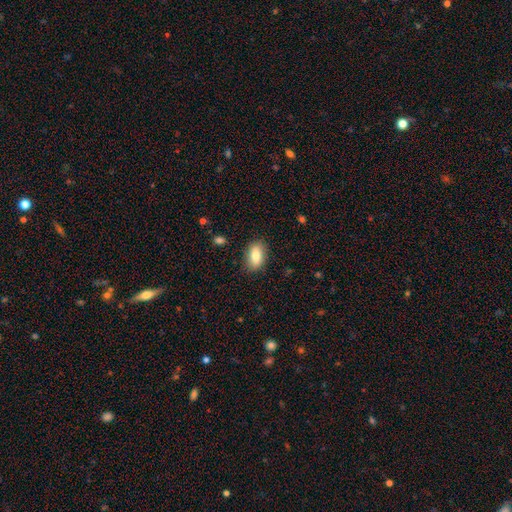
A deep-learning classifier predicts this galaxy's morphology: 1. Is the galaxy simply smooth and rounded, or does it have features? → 81% smooth, 12% featured or disk, 7% star or artifact.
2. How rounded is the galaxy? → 89% in between, 8% round, 4% cigar-shaped.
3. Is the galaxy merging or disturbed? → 85% none, 12% minor disturbance, 3% major disturbance, 1% merger.